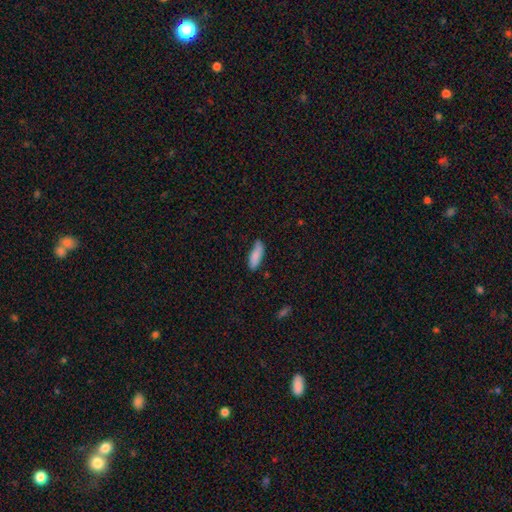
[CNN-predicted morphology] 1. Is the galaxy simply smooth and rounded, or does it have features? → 85% smooth, 8% featured or disk, 6% star or artifact.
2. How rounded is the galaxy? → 55% in between, 44% cigar-shaped, 2% round.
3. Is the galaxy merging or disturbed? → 70% none, 24% minor disturbance, 4% major disturbance, 2% merger.